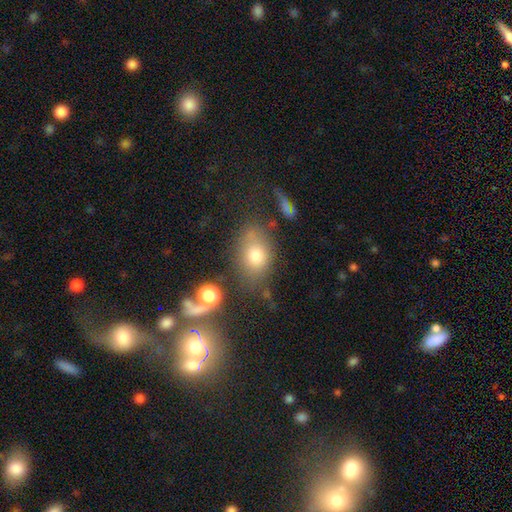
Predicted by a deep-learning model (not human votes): smooth 72%, featured or disk 15%, star or artifact 13%. Down the decision tree: how rounded — in between (70%); merging — none (58%).